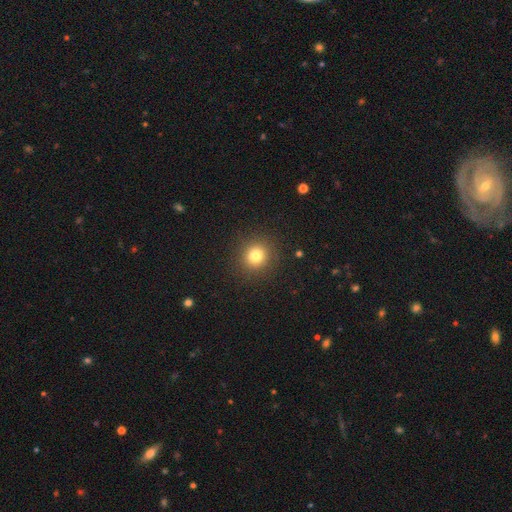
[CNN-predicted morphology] Overall: smooth (79%). How rounded: round (90%). Merging: none (90%).